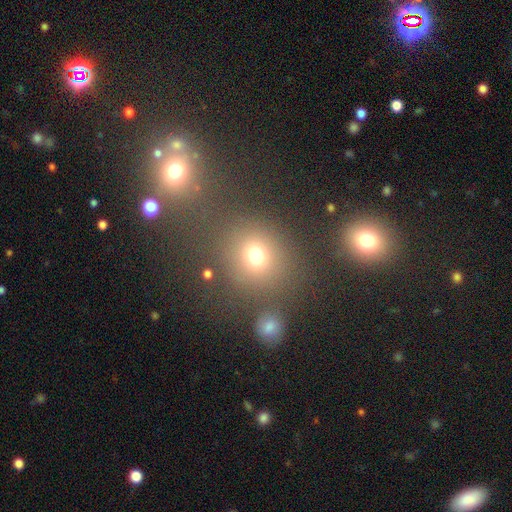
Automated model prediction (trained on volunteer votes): Q: Smooth or featured?
A: smooth (72%); runner-up: star or artifact (20%)
Q: How rounded?
A: round (78%); runner-up: in between (20%)
Q: Merging?
A: none (73%); runner-up: merger (11%)